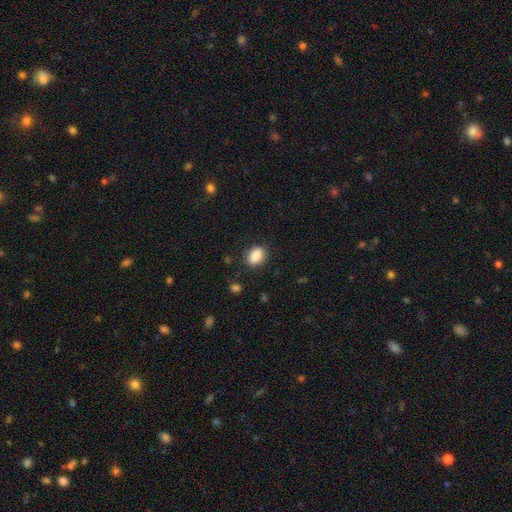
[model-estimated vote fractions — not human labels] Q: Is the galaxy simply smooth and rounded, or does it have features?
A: smooth — 88%.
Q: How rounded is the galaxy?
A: in between — 77%.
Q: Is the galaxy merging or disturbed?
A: none — 82%.